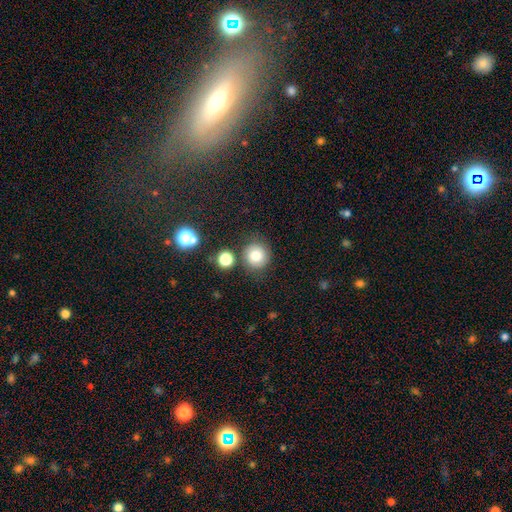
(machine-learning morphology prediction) This is likely a smooth galaxy (77%). How rounded: clearly round (91%). Merging: likely none (80%).